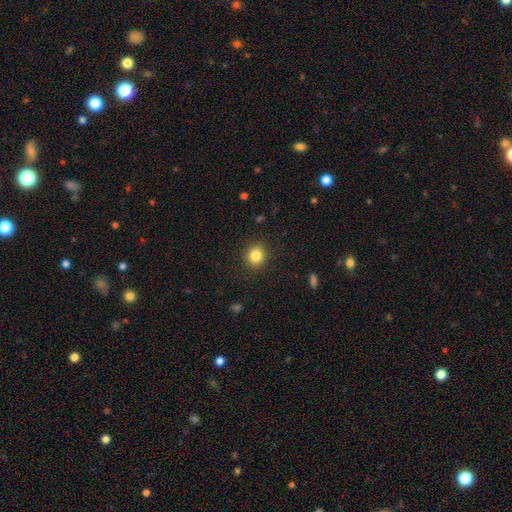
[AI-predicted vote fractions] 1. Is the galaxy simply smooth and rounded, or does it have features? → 84% smooth, 11% star or artifact, 6% featured or disk.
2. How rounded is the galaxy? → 86% round, 13% in between, 1% cigar-shaped.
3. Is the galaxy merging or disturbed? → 90% none, 6% minor disturbance, 2% major disturbance, 1% merger.